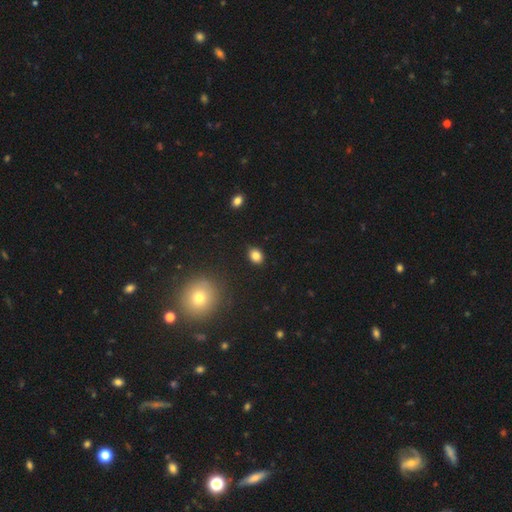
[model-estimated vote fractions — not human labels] Smooth or featured? smooth (84%)
How rounded? in between (64%)
Merging? none (88%)